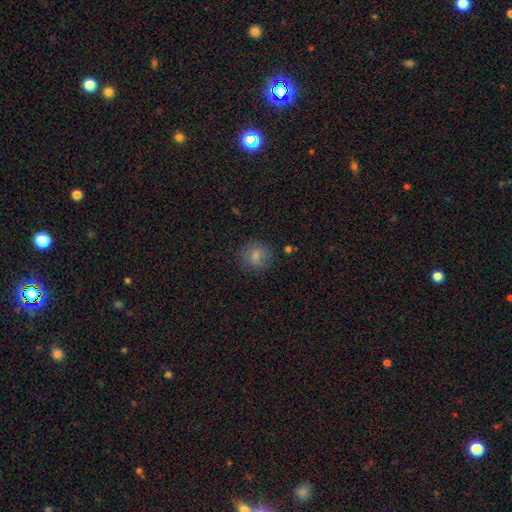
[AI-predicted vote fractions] A smooth galaxy with no disk features (80%) that is round (82%). Merging: none (81%).